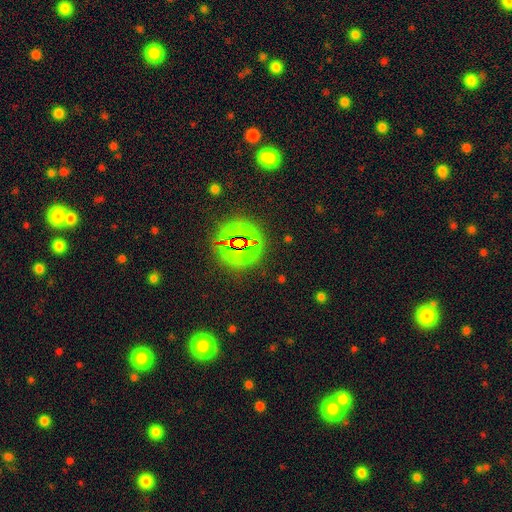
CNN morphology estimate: Smooth or featured? Predicted: star or artifact (p=0.75).